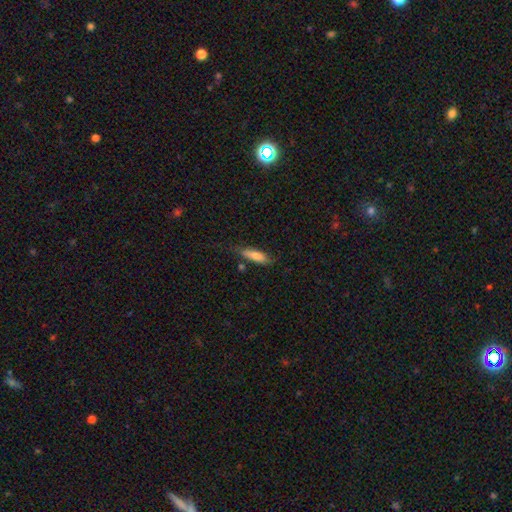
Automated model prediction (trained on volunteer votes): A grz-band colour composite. It shows a smooth galaxy with no disk features (76%) that is cigar-shaped (57%). Merging: none (69%).